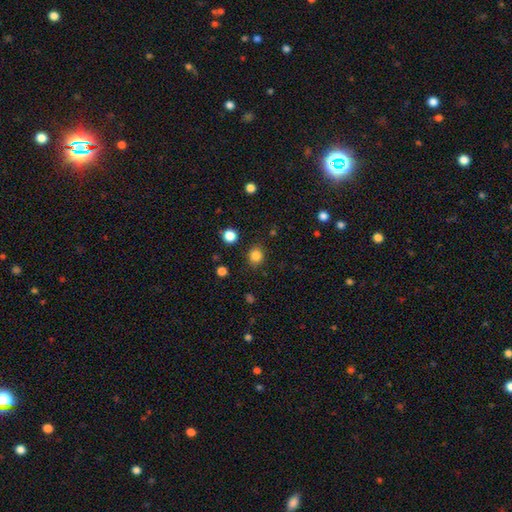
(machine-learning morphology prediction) This appears to be a smooth galaxy with no disk features (83%) that is round (82%). Merging: none (87%).